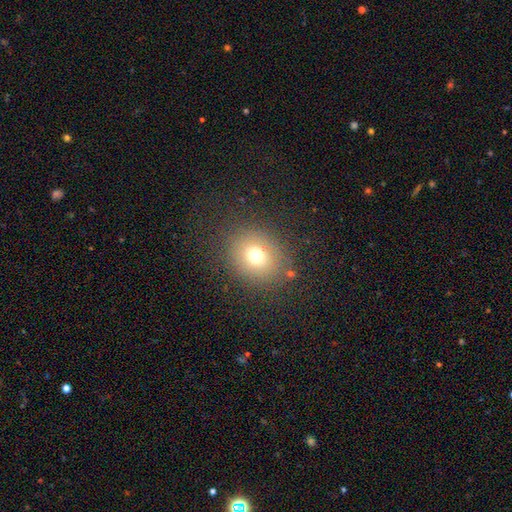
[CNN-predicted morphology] type=smooth (70%); roundness=round (74%); merging=none (83%).